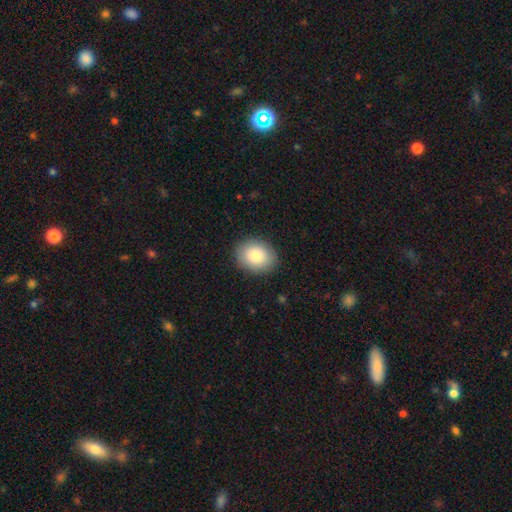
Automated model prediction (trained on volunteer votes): Overall: smooth (84%). How rounded: round (51%; in between 49%). Merging: none (89%).